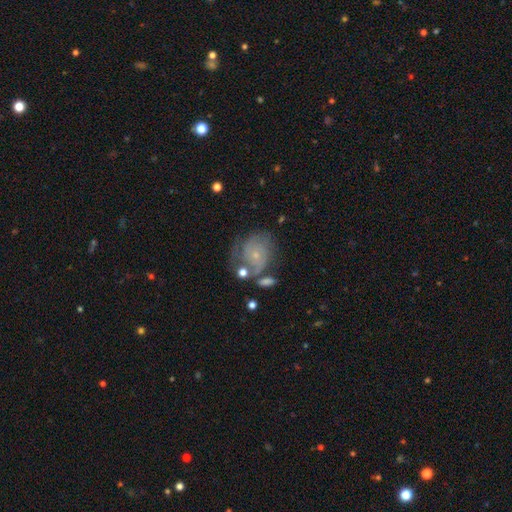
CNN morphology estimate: Smooth or featured? Predicted: featured or disk (p=0.69). Edge-on disk? Predicted: no (p=0.98). Bar? Predicted: no (p=0.77). Spiral arms? Predicted: yes (p=0.87). Spiral winding? Predicted: tight (p=0.52). Spiral arm count? Predicted: 2 (p=0.37). Bulge size? Predicted: small (p=0.77). Merging? Predicted: none (p=0.49).